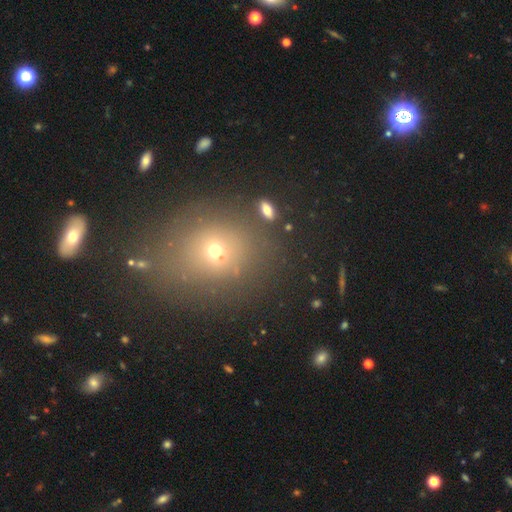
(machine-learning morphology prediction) A smooth galaxy with no disk features (58%) that is round (63%). Merging: none (78%).